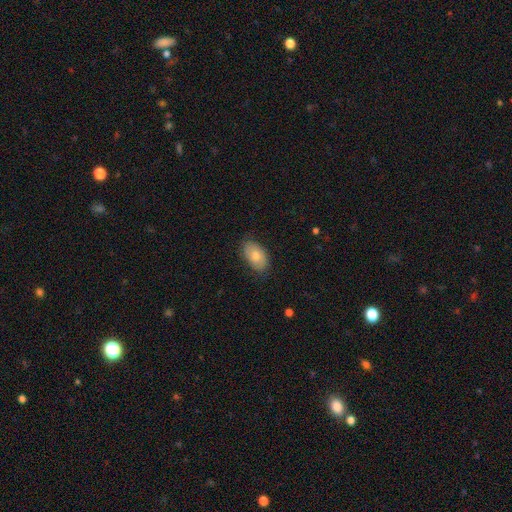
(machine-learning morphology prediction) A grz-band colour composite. It shows a smooth galaxy with no disk features (75%) that is in between round and cigar-shaped (93%). Merging: none (80%).